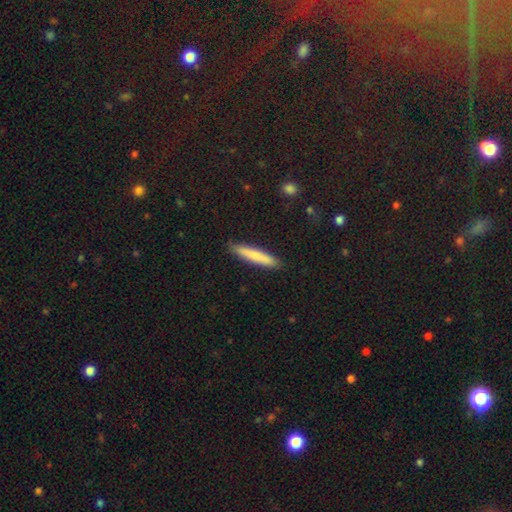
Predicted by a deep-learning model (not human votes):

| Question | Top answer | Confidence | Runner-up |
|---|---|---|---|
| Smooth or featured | smooth | 76% | featured or disk (18%) |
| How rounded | cigar-shaped | 92% | in between (7%) |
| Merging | none | 90% | minor disturbance (8%) |